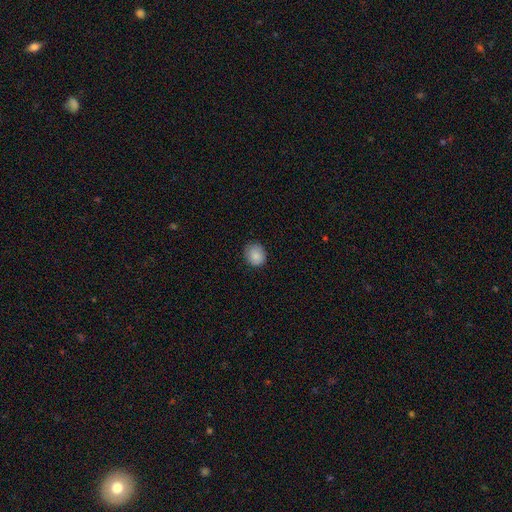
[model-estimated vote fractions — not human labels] Smooth or featured? smooth (87%)
How rounded? round (66%)
Merging? none (83%)